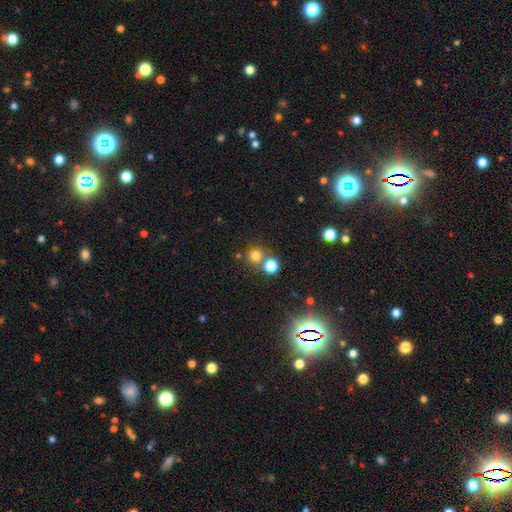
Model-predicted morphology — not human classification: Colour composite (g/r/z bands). It shows a smooth galaxy with no disk features (74%) that is round (91%). Merging: none (68%).